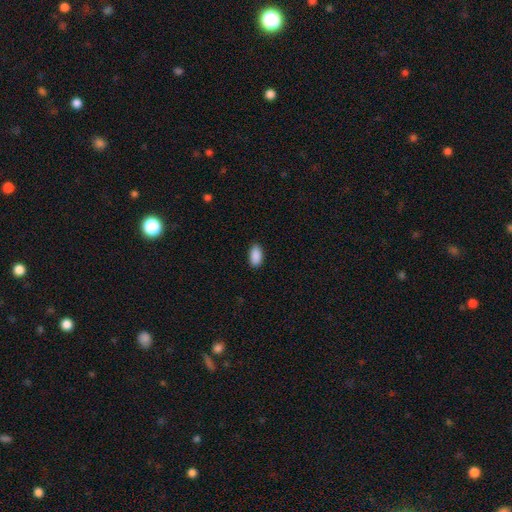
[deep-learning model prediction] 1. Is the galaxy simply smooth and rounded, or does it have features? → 91% smooth, 7% star or artifact, 3% featured or disk.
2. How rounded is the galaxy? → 94% in between, 3% cigar-shaped, 3% round.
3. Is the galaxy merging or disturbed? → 88% none, 9% minor disturbance, 2% major disturbance, 1% merger.